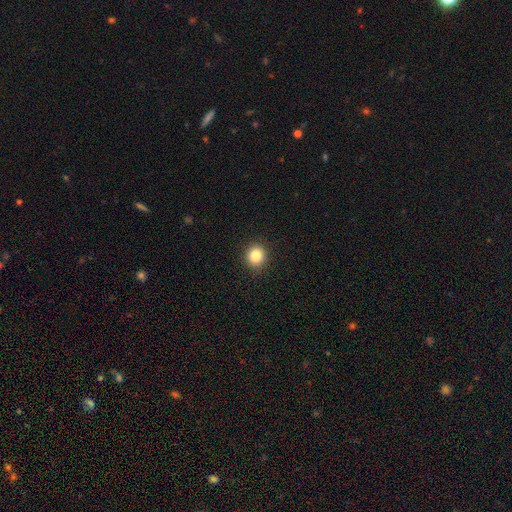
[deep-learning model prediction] This is clearly a smooth galaxy (85%). How rounded: clearly round (88%). Merging: clearly none (91%).